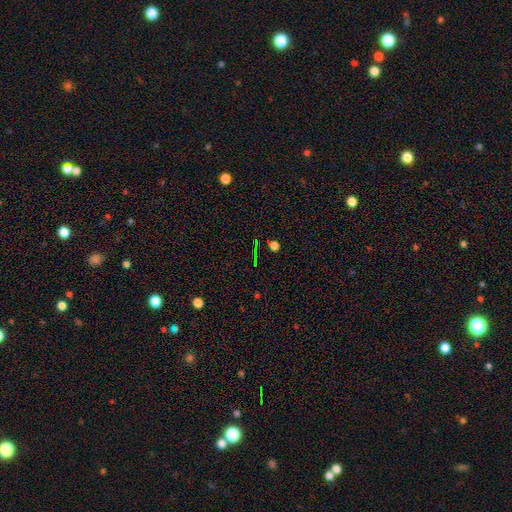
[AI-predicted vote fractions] Overall: star or artifact (65%).